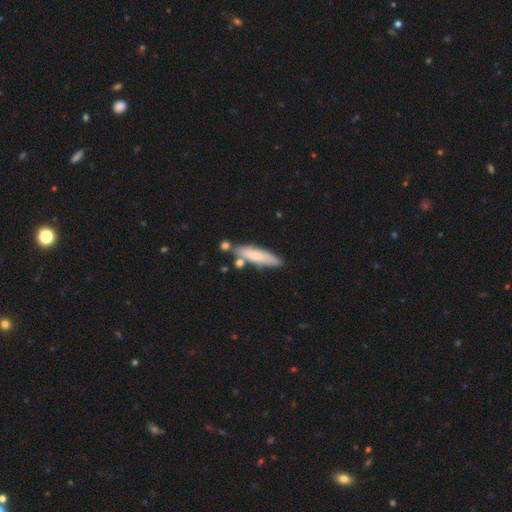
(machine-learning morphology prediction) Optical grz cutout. It shows a smooth galaxy with no disk features (68%) that is cigar-shaped (75%). Merging: none (70%).